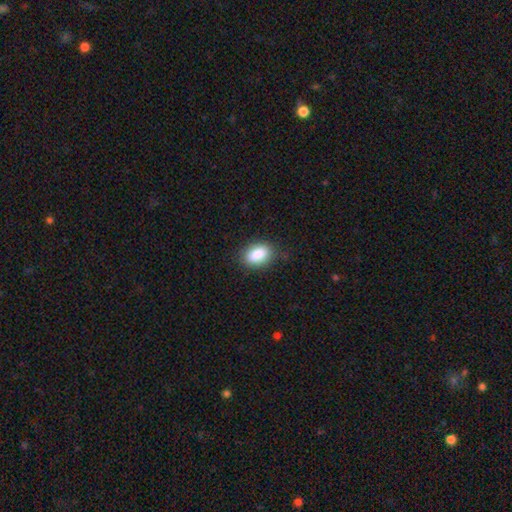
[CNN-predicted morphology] Smooth or featured? Predicted: smooth (p=0.87). How rounded? Predicted: in between (p=0.87). Merging? Predicted: none (p=0.83).